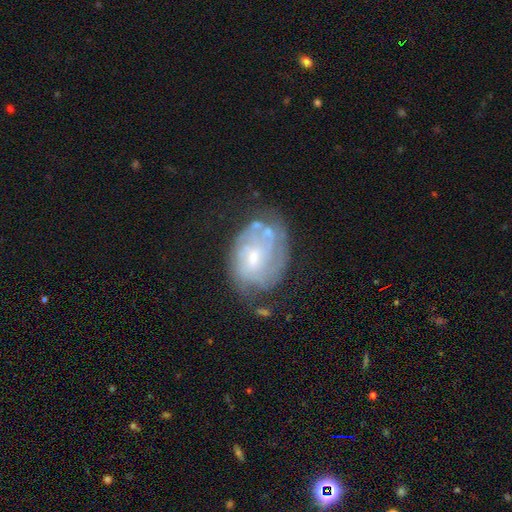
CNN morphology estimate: smooth-or-featured: featured or disk: 73% | smooth: 18% | star or artifact: 9%
  disk-edge-on: no: 97% | yes: 3%
    bar: no: 60% | weak: 34% | strong: 6%
    has-spiral-arms: yes: 81% | no: 19%
      spiral-winding: tight: 60% | medium: 30% | loose: 10%
      spiral-arm-count: can't tell: 49% | 2: 20% | 3: 15% | 4: 7% | 1: 5% | more than 4: 4%
    bulge-size: small: 56% | moderate: 38% | none: 3% | large: 2% | dominant: 1%
  merging: none: 56% | minor disturbance: 25% | major disturbance: 13% | merger: 6%